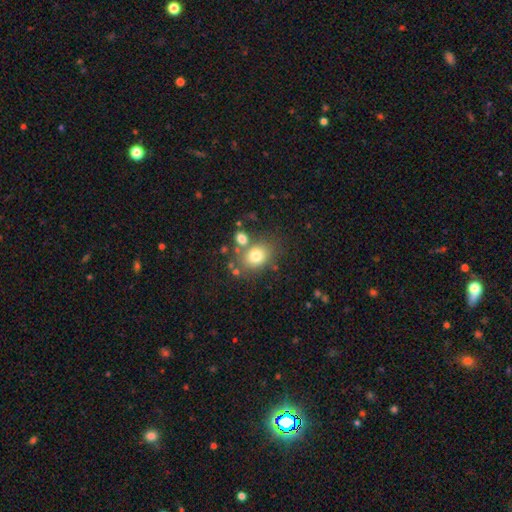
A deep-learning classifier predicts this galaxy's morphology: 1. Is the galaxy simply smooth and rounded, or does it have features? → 77% smooth, 12% featured or disk, 11% star or artifact.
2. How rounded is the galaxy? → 53% in between, 46% round, 1% cigar-shaped.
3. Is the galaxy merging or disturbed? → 63% none, 18% merger, 13% minor disturbance, 6% major disturbance.